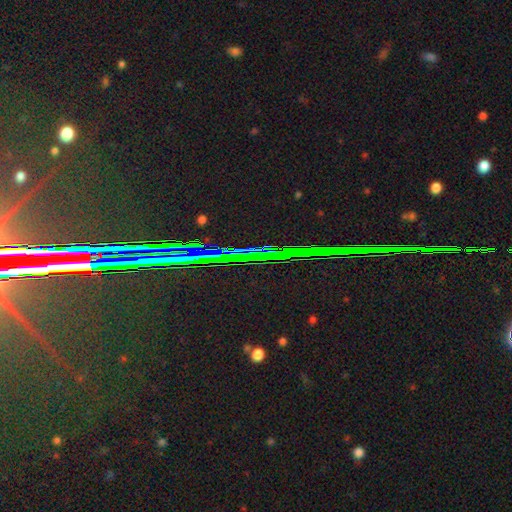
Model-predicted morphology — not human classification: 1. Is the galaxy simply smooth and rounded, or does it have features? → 86% star or artifact, 8% featured or disk, 6% smooth.